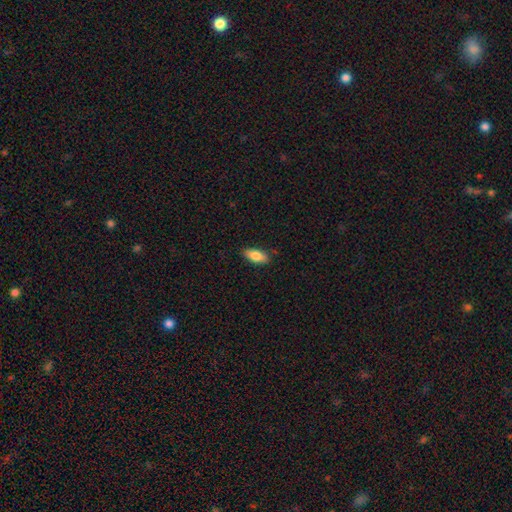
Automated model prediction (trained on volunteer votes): Smooth or featured? Predicted: smooth (p=0.83). How rounded? Predicted: in between (p=0.84). Merging? Predicted: none (p=0.85).